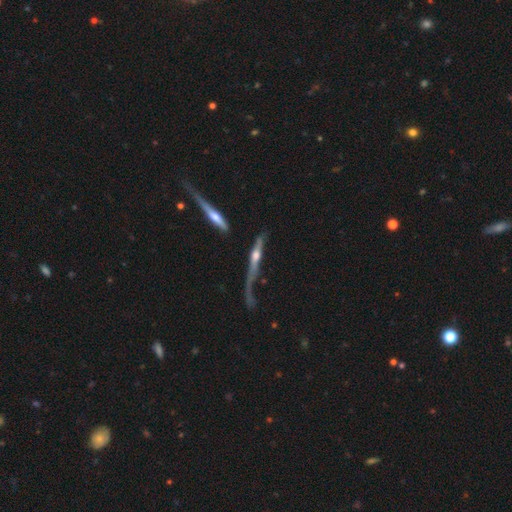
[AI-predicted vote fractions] Morphology: type=featured or disk (62%); edge-on=yes (83%); edge-on bulge=rounded (85%); merging=major disturbance (40%).